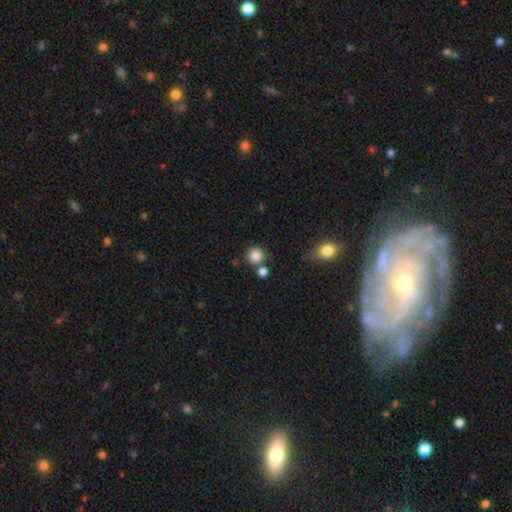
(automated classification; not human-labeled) Smooth or featured: smooth — 86% (star or artifact — 10%)
How rounded: round — 92% (in between — 7%)
Merging: none — 72% (merger — 16%)